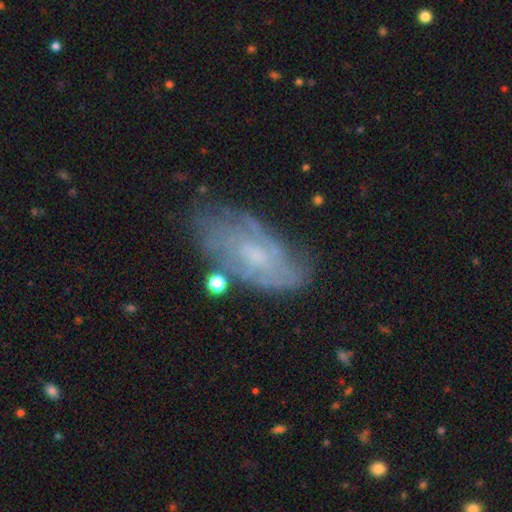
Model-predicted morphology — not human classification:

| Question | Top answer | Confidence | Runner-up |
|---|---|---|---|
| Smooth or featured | featured or disk | 64% | smooth (28%) |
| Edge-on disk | no | 91% | yes (9%) |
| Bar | no | 62% | weak (33%) |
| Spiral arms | yes | 72% | no (28%) |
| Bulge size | small | 49% | moderate (30%) |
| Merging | none | 63% | minor disturbance (23%) |